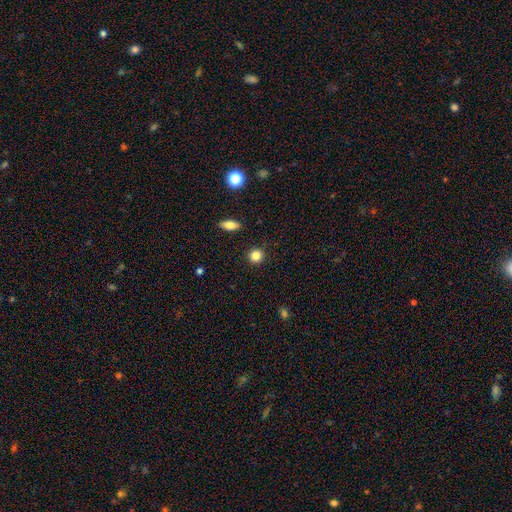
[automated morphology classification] Smooth or featured? Predicted: smooth (p=0.85). How rounded? Predicted: round (p=0.91). Merging? Predicted: none (p=0.91).